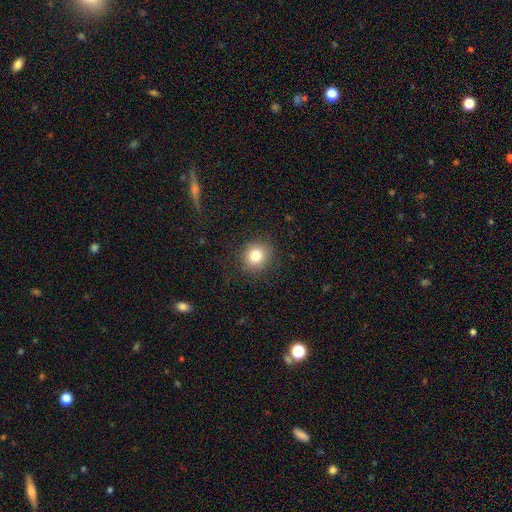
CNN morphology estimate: Smooth or featured?
  - smooth: 81% *
  - star or artifact: 11%
  - featured or disk: 8%
How rounded?
  - round: 83% *
  - in between: 16%
  - cigar-shaped: 1%
Merging?
  - none: 89% *
  - minor disturbance: 8%
  - major disturbance: 3%
  - merger: 1%